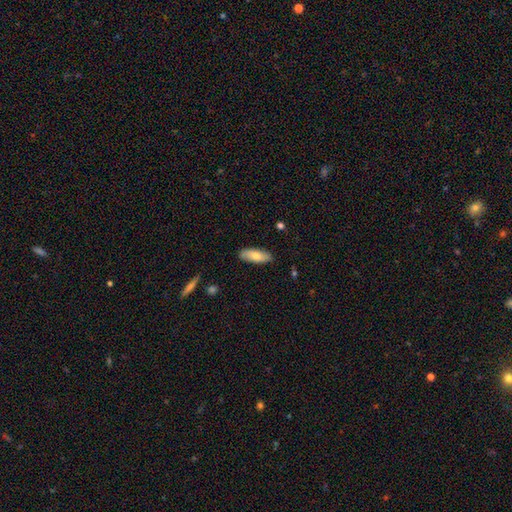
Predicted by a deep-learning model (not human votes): Smooth or featured?
  - smooth: 74% *
  - featured or disk: 20%
  - star or artifact: 6%
How rounded?
  - in between: 73% *
  - cigar-shaped: 25%
  - round: 2%
Merging?
  - none: 86% *
  - minor disturbance: 11%
  - major disturbance: 2%
  - merger: 1%